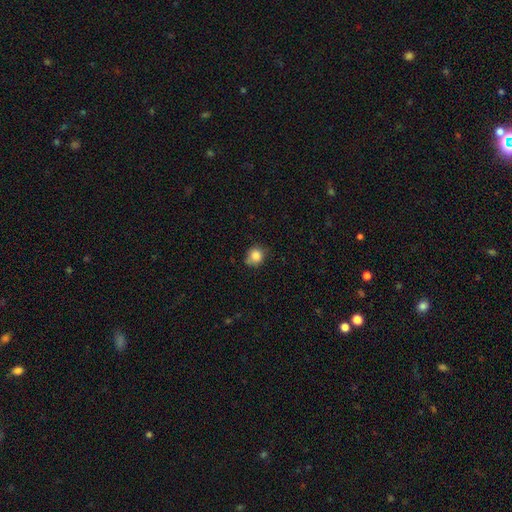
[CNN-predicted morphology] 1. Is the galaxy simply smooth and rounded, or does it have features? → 83% smooth, 10% star or artifact, 7% featured or disk.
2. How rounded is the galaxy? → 83% round, 16% in between, 1% cigar-shaped.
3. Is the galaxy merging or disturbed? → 68% none, 24% minor disturbance, 4% major disturbance, 3% merger.